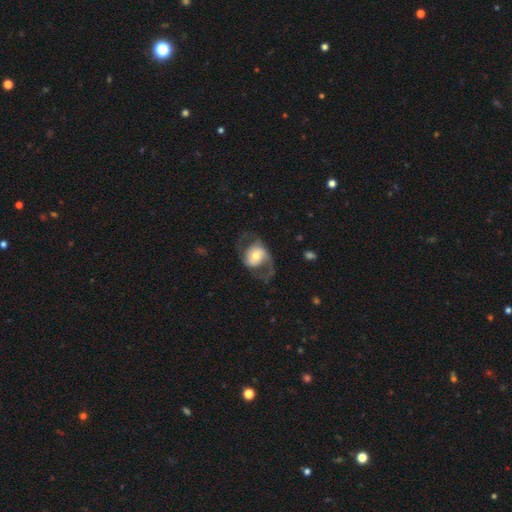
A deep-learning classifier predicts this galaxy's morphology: Overall: featured or disk (71%). Edge-on disk: no (97%). Bar: no (61%; weak 28%). Spiral arms: yes (87%). Spiral arm count: 2 (80%). Spiral winding: loose (46%; medium 42%). Bulge size: moderate (59%; small 23%). Merging: none (54%; major disturbance 27%).